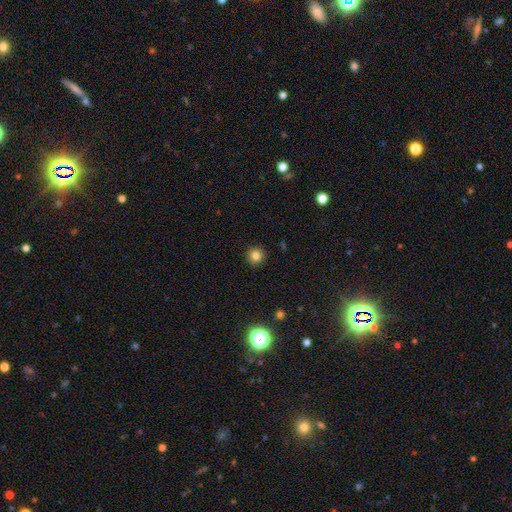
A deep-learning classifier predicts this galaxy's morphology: Smooth or featured: smooth — 82% (star or artifact — 13%)
How rounded: round — 95% (in between — 4%)
Merging: none — 92% (minor disturbance — 5%)